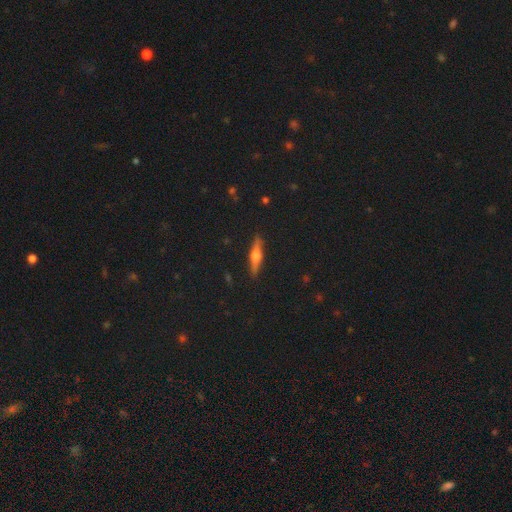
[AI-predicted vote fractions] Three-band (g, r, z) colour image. It shows a featured or disk galaxy (68%) viewed edge-on (97%) with a rounded central bulge (94%). Merging: none (91%).